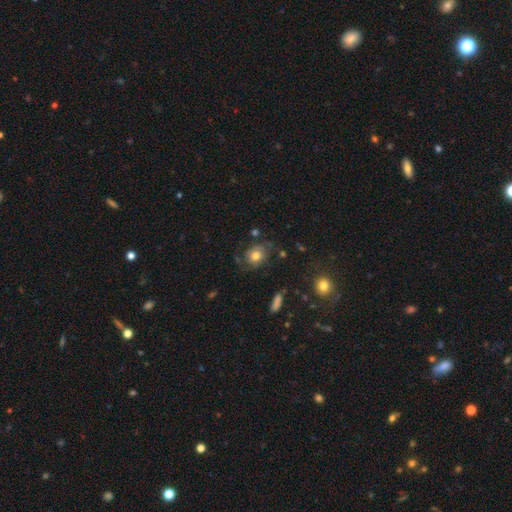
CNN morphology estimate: Smooth or featured? smooth (53%)
How rounded? round (65%)
Merging? none (64%)